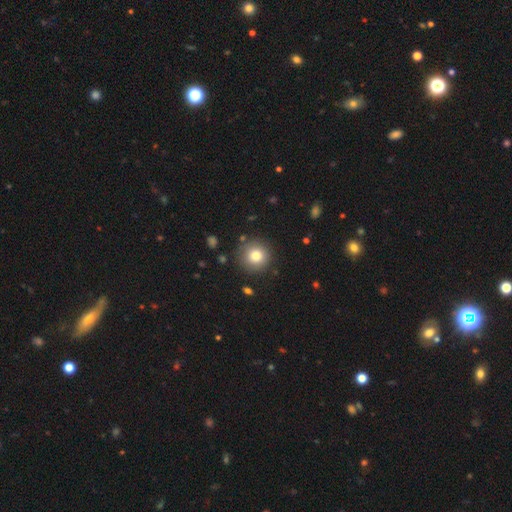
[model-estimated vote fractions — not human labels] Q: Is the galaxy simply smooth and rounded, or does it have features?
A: smooth — 81%.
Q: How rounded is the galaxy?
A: round — 94%.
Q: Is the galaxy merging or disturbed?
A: none — 87%.